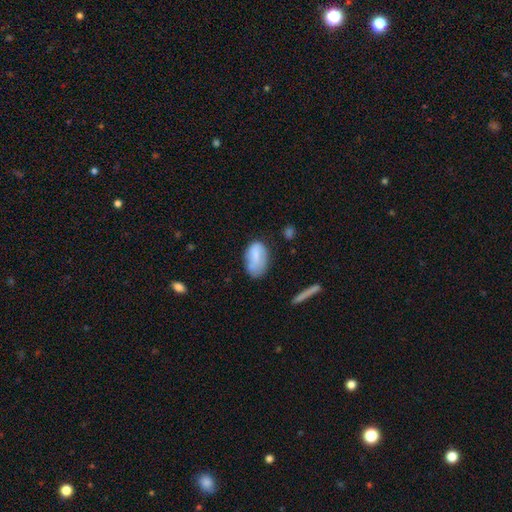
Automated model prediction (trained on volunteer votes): Smooth or featured? smooth (74%)
How rounded? in between (92%)
Merging? none (55%)